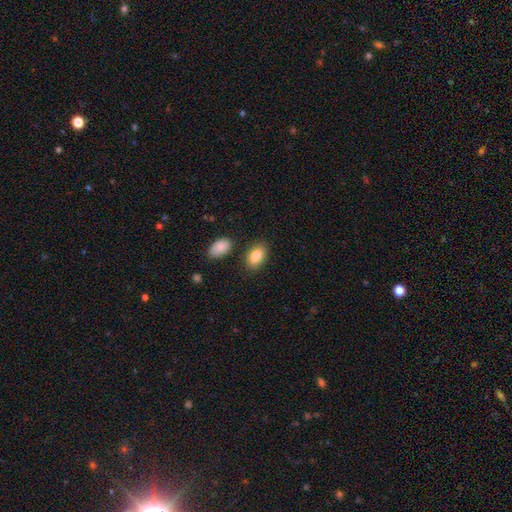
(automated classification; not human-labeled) smooth_or_featured: smooth (p=0.84) [alt: featured or disk p=0.09]
how_rounded: in between (p=0.90) [alt: round p=0.07]
merging: none (p=0.83) [alt: minor disturbance p=0.10]